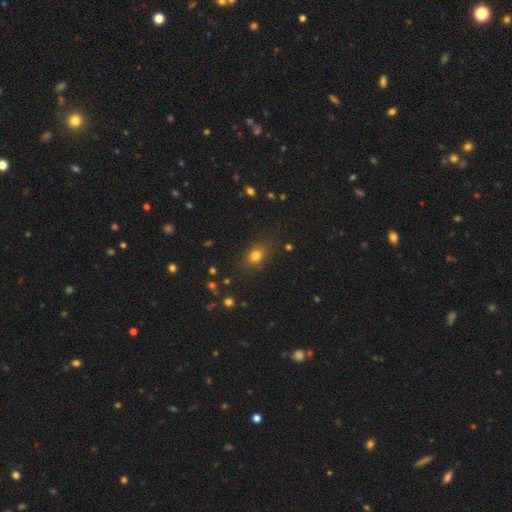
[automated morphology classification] smooth_or_featured: smooth (p=0.78) [alt: star or artifact p=0.15]
how_rounded: in between (p=0.60) [alt: round p=0.38]
merging: none (p=0.81) [alt: minor disturbance p=0.13]